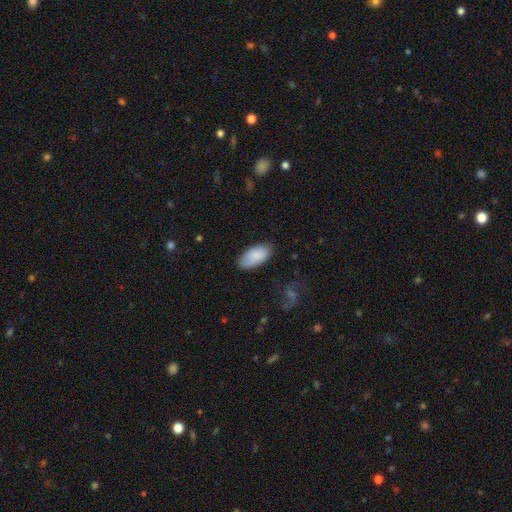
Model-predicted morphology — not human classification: Overall: smooth (86%). How rounded: in between (94%). Merging: none (77%).